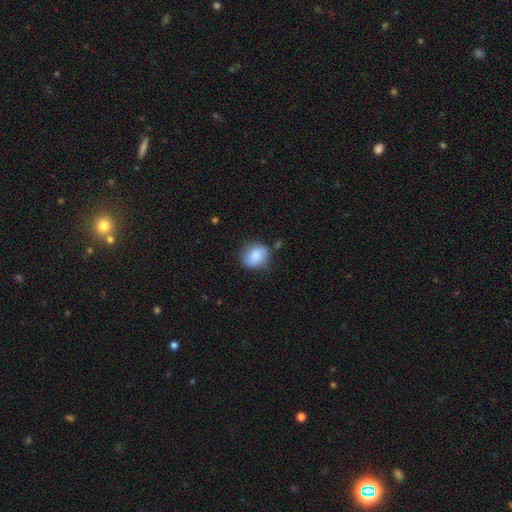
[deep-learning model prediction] Smooth or featured: smooth — 84% (featured or disk — 8%)
How rounded: round — 57% (in between — 42%)
Merging: none — 71% (minor disturbance — 21%)